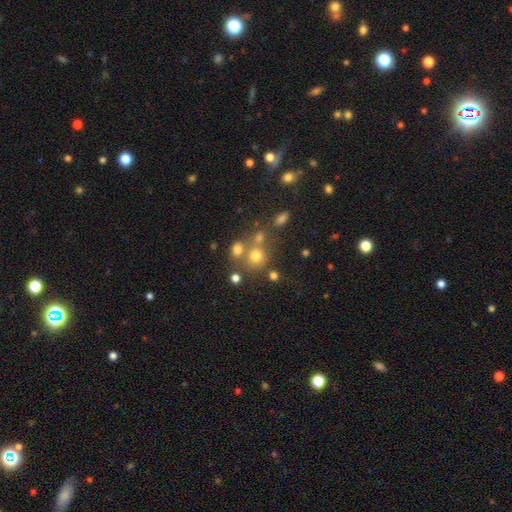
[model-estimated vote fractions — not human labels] smooth_or_featured: smooth (p=0.67) [alt: star or artifact p=0.20]
how_rounded: round (p=0.81) [alt: in between p=0.18]
merging: none (p=0.56) [alt: merger p=0.28]